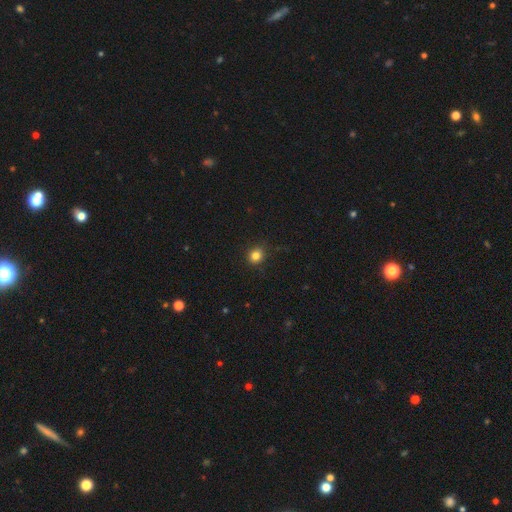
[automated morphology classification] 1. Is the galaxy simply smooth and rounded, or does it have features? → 82% smooth, 13% star or artifact, 5% featured or disk.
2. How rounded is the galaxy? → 86% round, 13% in between, 1% cigar-shaped.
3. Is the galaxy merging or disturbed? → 89% none, 8% minor disturbance, 2% major disturbance, 1% merger.